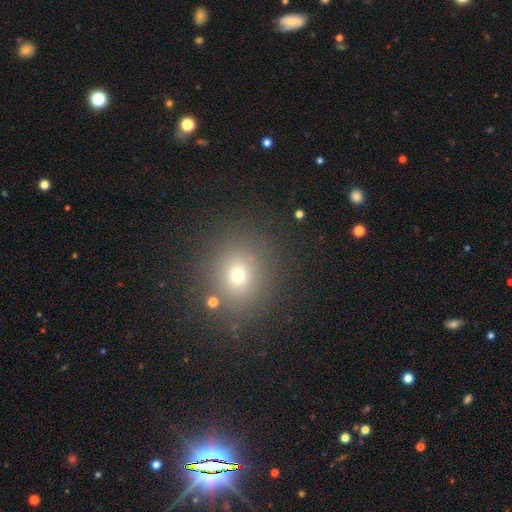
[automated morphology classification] smooth 52%, star or artifact 39%, featured or disk 8%. Down the decision tree: how rounded — round (82%); merging — none (88%).